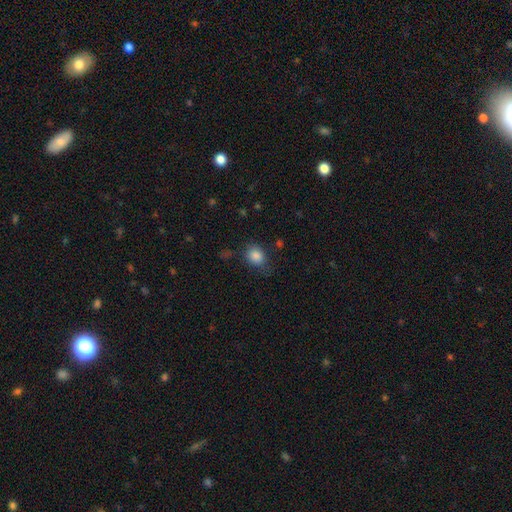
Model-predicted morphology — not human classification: This is clearly a smooth galaxy (85%). How rounded: possibly in between (50%). Merging: likely none (69%).